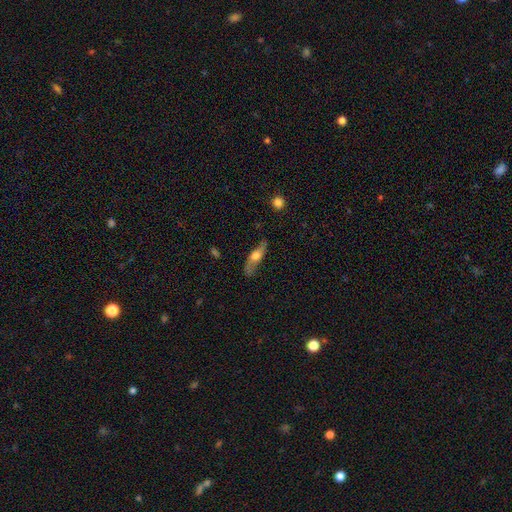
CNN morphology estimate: Overall: featured or disk (54%; smooth 40%). Edge-on disk: no (52%; yes 48%). Merging: none (66%).